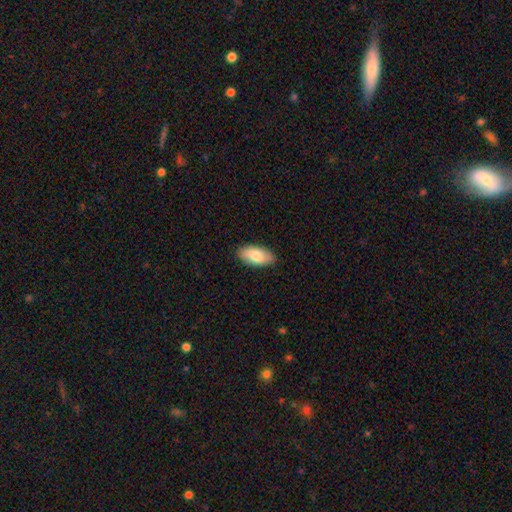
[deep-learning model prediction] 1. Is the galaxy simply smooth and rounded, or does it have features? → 77% smooth, 17% featured or disk, 6% star or artifact.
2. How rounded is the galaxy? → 93% in between, 5% cigar-shaped, 3% round.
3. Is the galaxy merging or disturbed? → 87% none, 10% minor disturbance, 2% major disturbance, 1% merger.